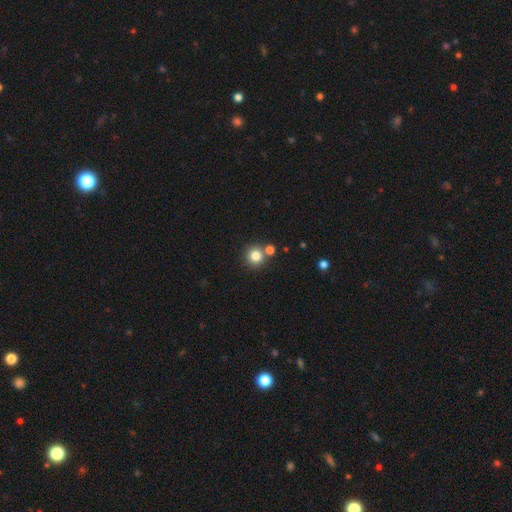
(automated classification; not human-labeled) smooth_or_featured: smooth (p=0.81) [alt: star or artifact p=0.12]
how_rounded: round (p=0.93) [alt: in between p=0.06]
merging: none (p=0.73) [alt: merger p=0.17]